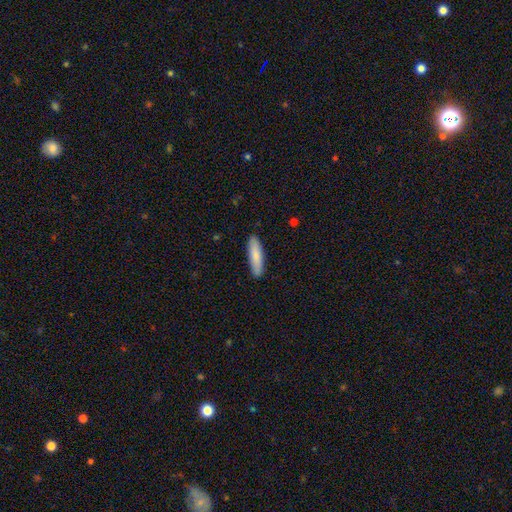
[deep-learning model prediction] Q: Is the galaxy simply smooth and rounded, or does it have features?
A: smooth — 83%.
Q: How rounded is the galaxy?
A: cigar-shaped — 73%.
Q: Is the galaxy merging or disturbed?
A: none — 89%.